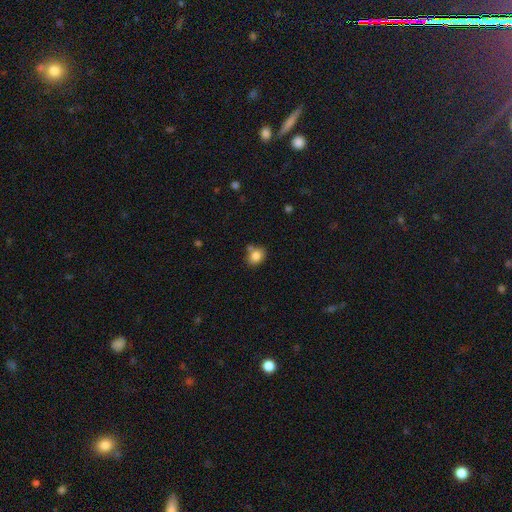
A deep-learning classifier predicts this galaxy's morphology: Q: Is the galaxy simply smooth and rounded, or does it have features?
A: smooth — 82%.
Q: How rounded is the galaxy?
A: round — 57%.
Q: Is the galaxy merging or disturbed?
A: none — 66%.